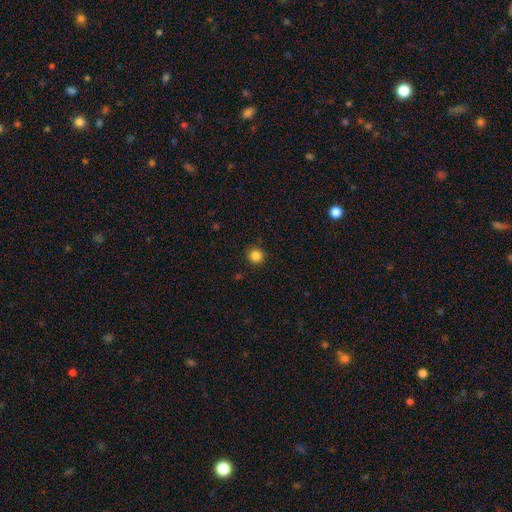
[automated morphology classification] smooth_or_featured: smooth (p=0.85) [alt: star or artifact p=0.12]
how_rounded: round (p=0.94) [alt: in between p=0.05]
merging: none (p=0.91) [alt: minor disturbance p=0.06]